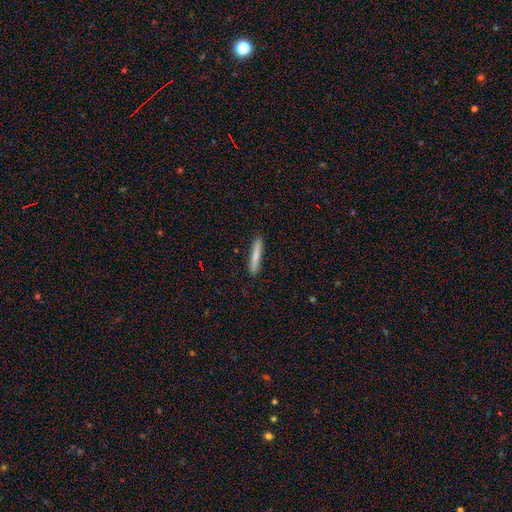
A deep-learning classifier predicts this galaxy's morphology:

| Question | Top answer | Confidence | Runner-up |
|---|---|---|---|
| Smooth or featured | smooth | 78% | featured or disk (16%) |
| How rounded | cigar-shaped | 94% | in between (4%) |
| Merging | none | 90% | minor disturbance (7%) |